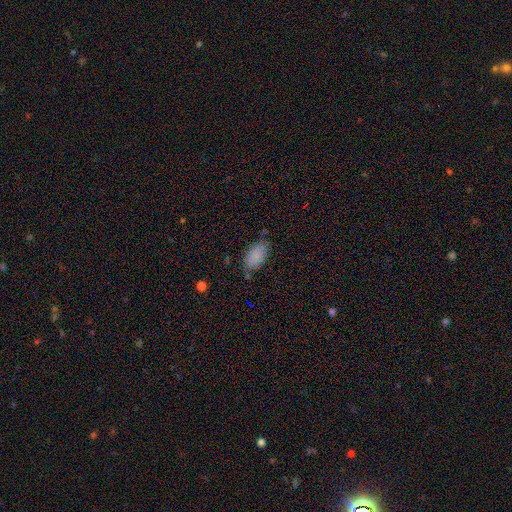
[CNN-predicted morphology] This is clearly a smooth galaxy (86%). How rounded: clearly in between (93%). Merging: likely none (73%).